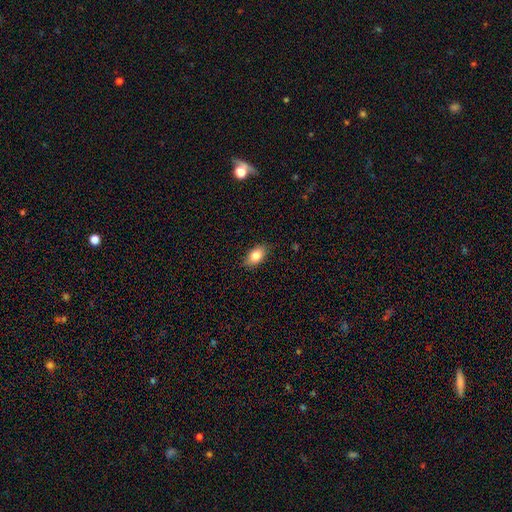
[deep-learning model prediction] The model was most divided on "merging": none: 85%, minor disturbance: 12%, major disturbance: 2%, merger: 1%. More confident: how rounded — in between (90%); smooth or featured — smooth (84%).